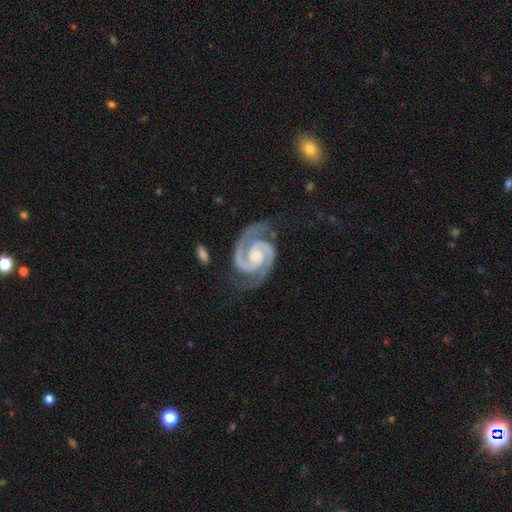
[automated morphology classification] Smooth or featured? Predicted: featured or disk (p=0.94). Edge-on disk? Predicted: no (p=0.98). Bar? Predicted: no (p=0.59). Spiral arms? Predicted: yes (p=0.99). Spiral winding? Predicted: tight (p=0.53). Spiral arm count? Predicted: 2 (p=0.94). Bulge size? Predicted: moderate (p=0.36). Merging? Predicted: none (p=0.76).